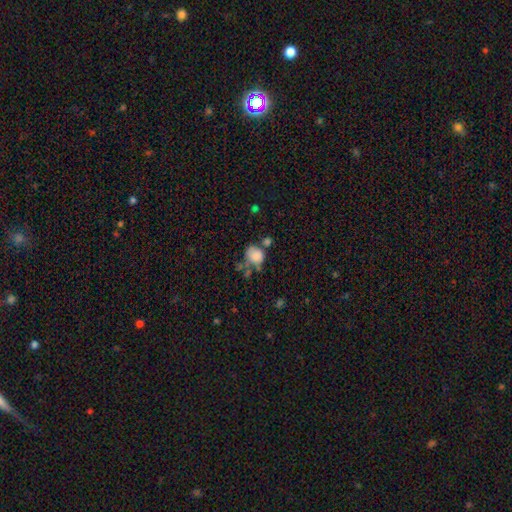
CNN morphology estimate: Overall: smooth (78%). How rounded: round (61%; in between 38%). Merging: none (37%; merger 26%).